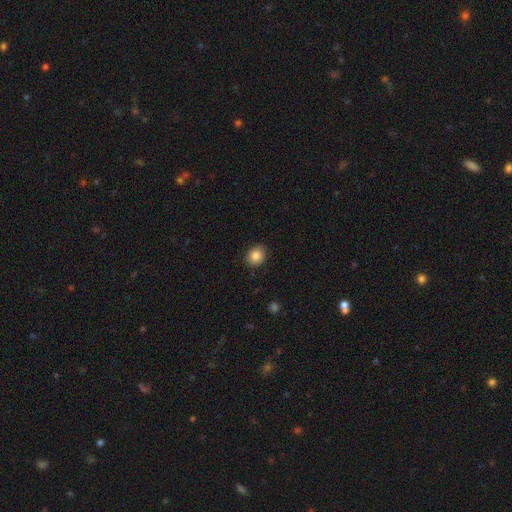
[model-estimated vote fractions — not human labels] smooth-or-featured: smooth: 85% | star or artifact: 9% | featured or disk: 6%
  how-rounded: round: 66% | in between: 33% | cigar-shaped: 1%
  merging: none: 89% | minor disturbance: 8% | major disturbance: 2% | merger: 1%